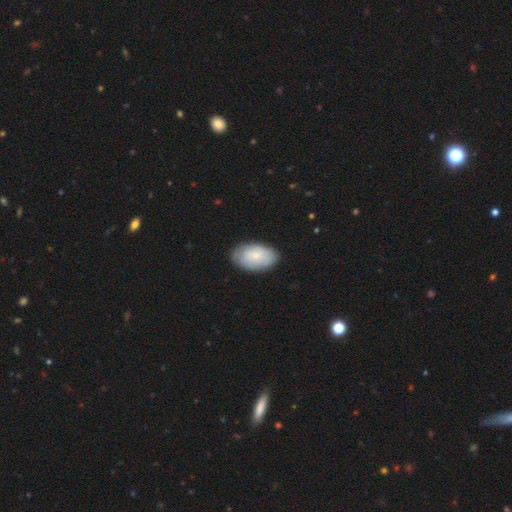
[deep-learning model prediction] This appears to be a smooth galaxy with no disk features (70%) that is in between round and cigar-shaped (93%). Merging: none (81%).